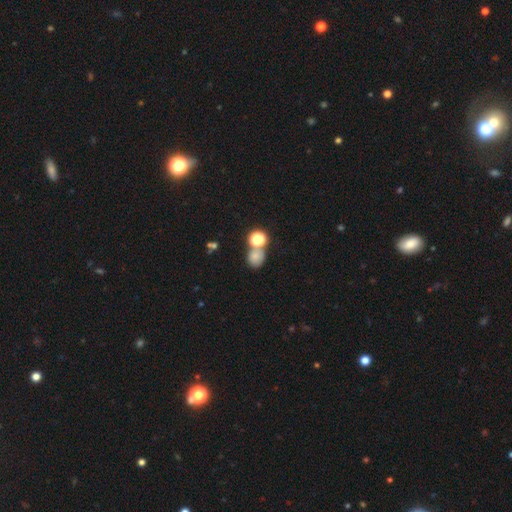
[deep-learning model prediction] Overall: smooth (72%). How rounded: round (71%). Merging: none (52%; merger 32%).